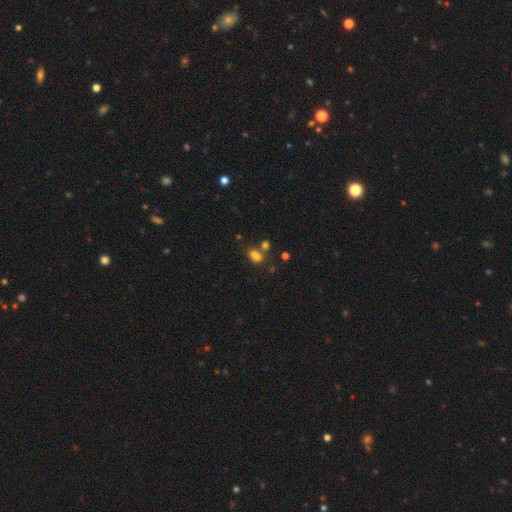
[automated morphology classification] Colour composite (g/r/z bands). It shows a smooth galaxy with no disk features (75%) that is in between round and cigar-shaped (78%). Merging: none (47%).